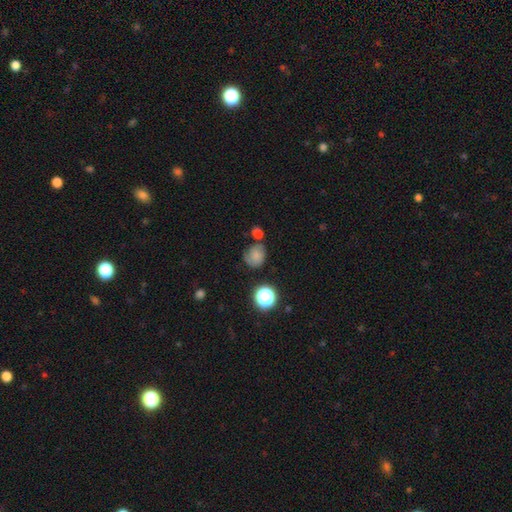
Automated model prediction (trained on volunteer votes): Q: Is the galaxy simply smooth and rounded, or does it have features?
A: smooth — 66%.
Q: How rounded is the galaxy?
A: round — 67%.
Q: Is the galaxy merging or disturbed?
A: none — 54%.